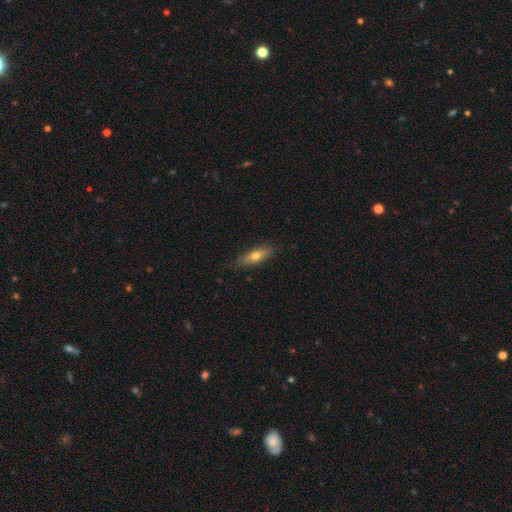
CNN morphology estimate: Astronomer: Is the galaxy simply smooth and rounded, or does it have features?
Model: smooth — 63%.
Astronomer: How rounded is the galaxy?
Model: in between — 49% (runner-up: cigar-shaped, 48%).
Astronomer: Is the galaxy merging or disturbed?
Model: none — 83%.